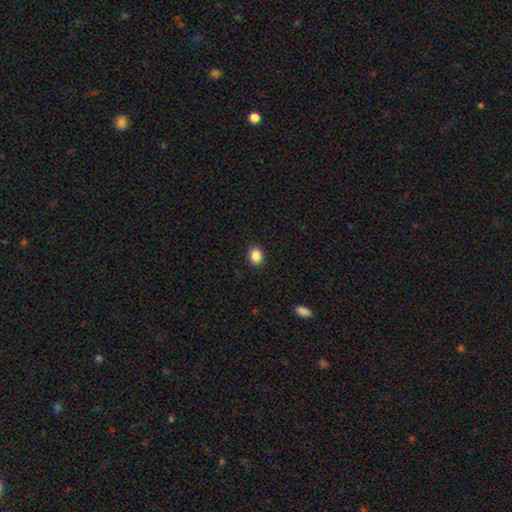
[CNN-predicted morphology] smooth_or_featured: smooth (p=0.87) [alt: star or artifact p=0.10]
how_rounded: round (p=0.59) [alt: in between p=0.40]
merging: none (p=0.91) [alt: minor disturbance p=0.06]